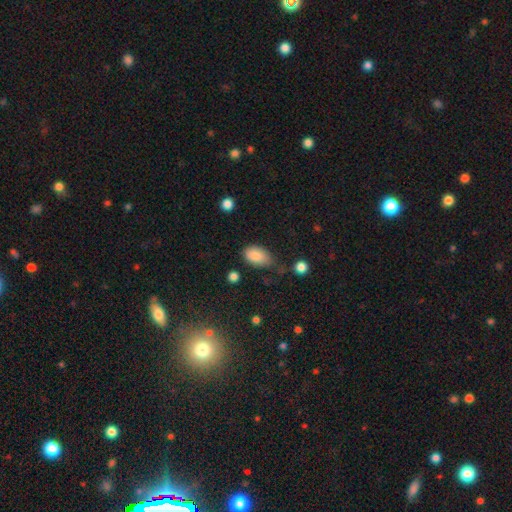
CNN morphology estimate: Smooth or featured?
  - smooth: 85% *
  - star or artifact: 8%
  - featured or disk: 7%
How rounded?
  - in between: 90% *
  - round: 9%
  - cigar-shaped: 1%
Merging?
  - none: 59% *
  - minor disturbance: 29%
  - major disturbance: 7%
  - merger: 4%